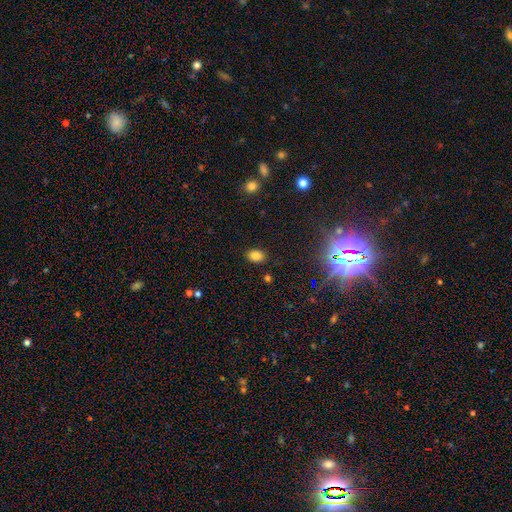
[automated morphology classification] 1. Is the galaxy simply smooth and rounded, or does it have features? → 82% smooth, 13% star or artifact, 6% featured or disk.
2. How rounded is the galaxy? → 76% in between, 23% round, 1% cigar-shaped.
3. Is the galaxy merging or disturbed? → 87% none, 9% minor disturbance, 2% major disturbance, 2% merger.